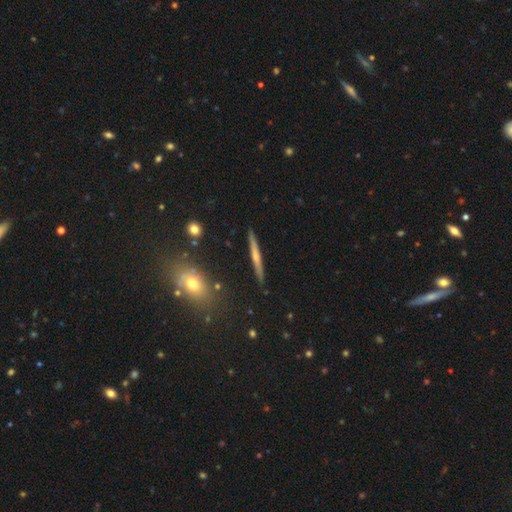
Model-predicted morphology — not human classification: The model was most divided on "edge-on bulge": rounded: 53%, none: 40%, boxy: 6%. More confident: edge-on disk — yes (96%); merging — none (89%); smooth or featured — featured or disk (55%).